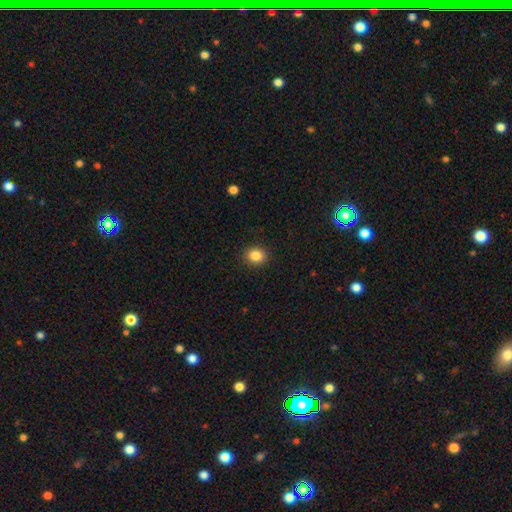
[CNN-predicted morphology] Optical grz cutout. It shows a smooth galaxy with no disk features (86%) that is round (58%). Merging: none (90%).